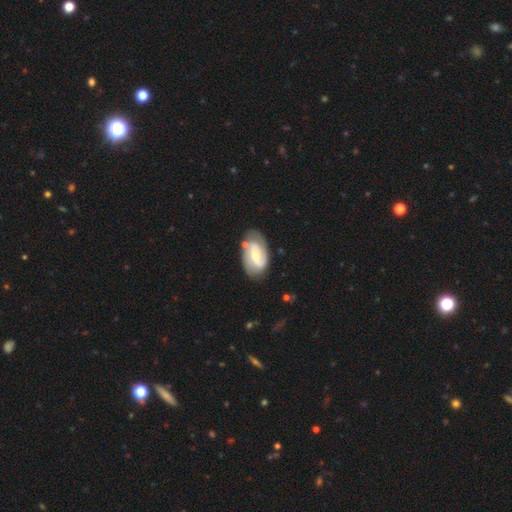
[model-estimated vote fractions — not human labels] featured or disk 72%, smooth 23%, star or artifact 5%. Down the decision tree: edge-on disk — no (95%); bar — weak (44%); spiral arms — yes (87%); spiral arm count — 2 (78%); spiral winding — medium (41%); bulge size — moderate (50%); merging — none (71%).